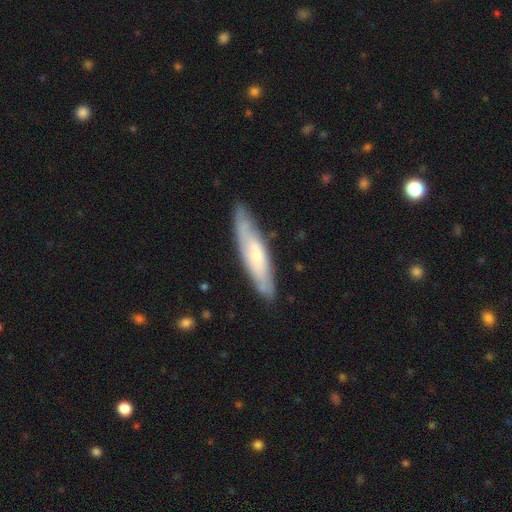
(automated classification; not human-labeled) The model was most divided on "edge-on disk": yes: 53%, no: 47%. More confident: merging — none (80%); smooth or featured — featured or disk (50%).